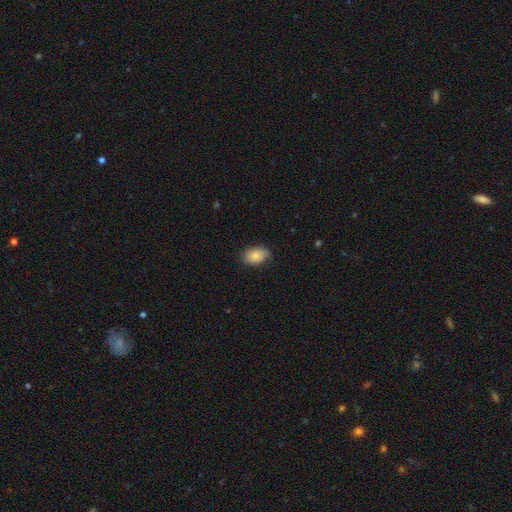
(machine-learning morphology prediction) A smooth galaxy with no disk features (84%) that is in between round and cigar-shaped (85%).

Vote fractions:
- Smooth or featured? smooth: 84% / featured or disk: 9% / star or artifact: 7%
- How rounded? in between: 85% / round: 14% / cigar-shaped: 1%
- Merging? none: 78% / minor disturbance: 18% / major disturbance: 3% / merger: 1%